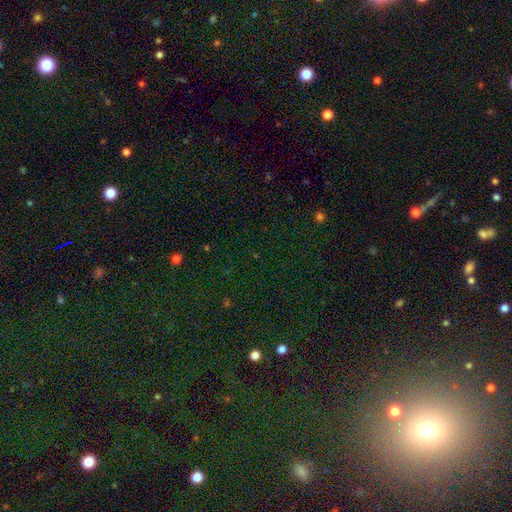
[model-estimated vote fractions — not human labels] Smooth or featured? star or artifact (64%)